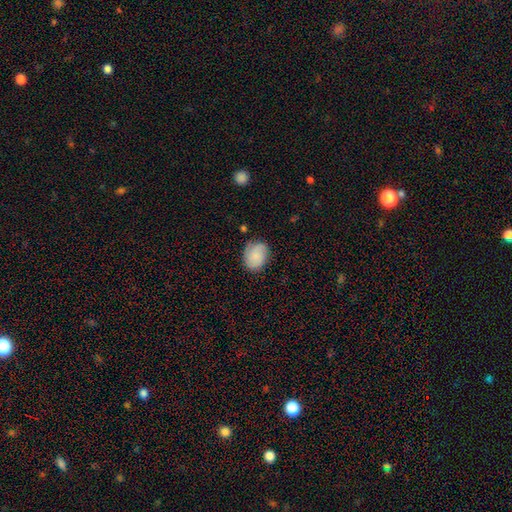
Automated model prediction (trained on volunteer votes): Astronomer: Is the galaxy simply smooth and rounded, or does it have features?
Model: smooth — 75%.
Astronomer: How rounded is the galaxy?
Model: in between — 56% (runner-up: round, 43%).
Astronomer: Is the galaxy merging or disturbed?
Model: none — 73%.